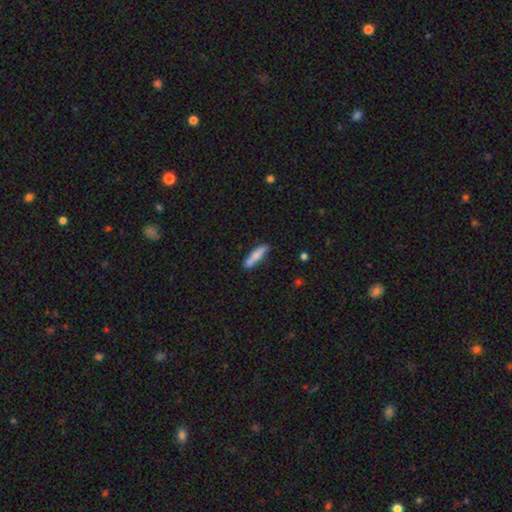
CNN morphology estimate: The model was most divided on "smooth or featured": smooth: 71%, featured or disk: 23%, star or artifact: 6%. More confident: how rounded — cigar-shaped (81%); merging — none (73%).